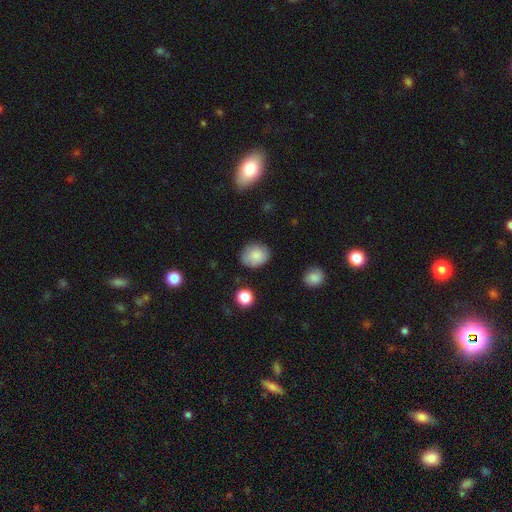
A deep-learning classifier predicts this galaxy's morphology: smooth_or_featured: smooth (p=0.85) [alt: star or artifact p=0.08]
how_rounded: round (p=0.55) [alt: in between p=0.44]
merging: none (p=0.79) [alt: minor disturbance p=0.16]